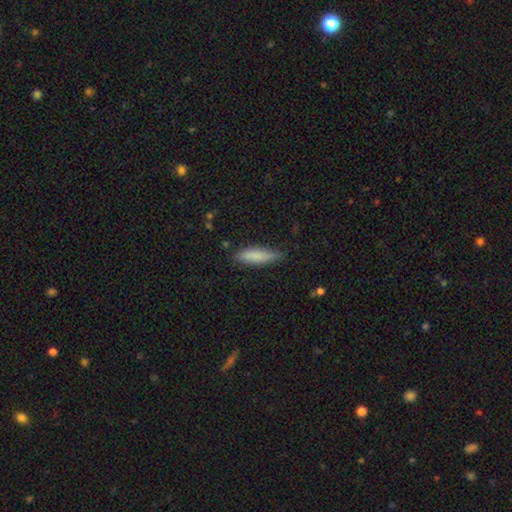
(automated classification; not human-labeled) The model was most divided on "how rounded": cigar-shaped: 64%, in between: 34%, round: 2%. More confident: smooth or featured — smooth (84%); merging — none (77%).